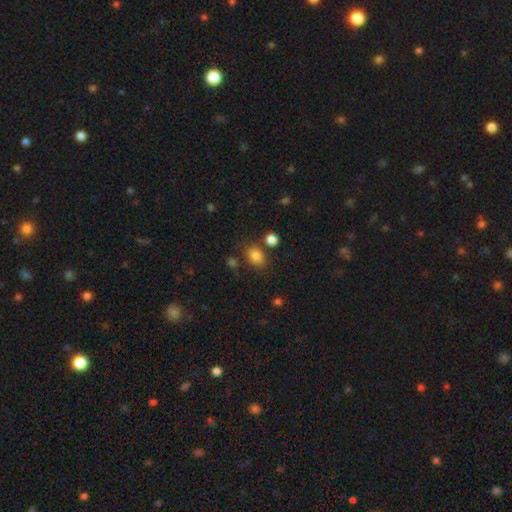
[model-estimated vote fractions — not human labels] Q: Smooth or featured?
A: smooth (83%); runner-up: star or artifact (12%)
Q: How rounded?
A: in between (63%); runner-up: round (36%)
Q: Merging?
A: none (74%); runner-up: minor disturbance (13%)